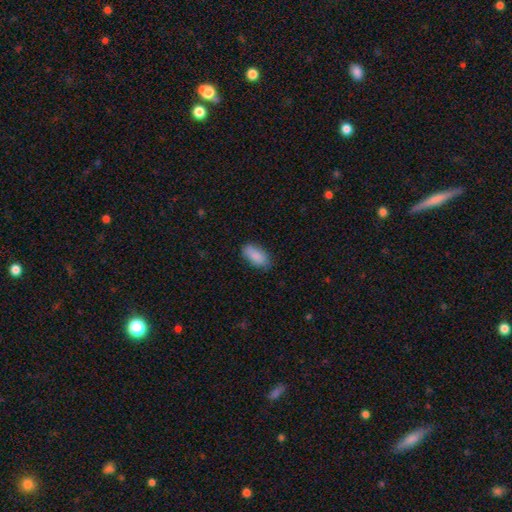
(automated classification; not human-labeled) A smooth galaxy with no disk features (88%) that is in between round and cigar-shaped (90%).

Vote fractions:
- Smooth or featured? smooth: 88% / star or artifact: 7% / featured or disk: 5%
- How rounded? in between: 90% / cigar-shaped: 7% / round: 2%
- Merging? none: 79% / minor disturbance: 17% / major disturbance: 3% / merger: 1%